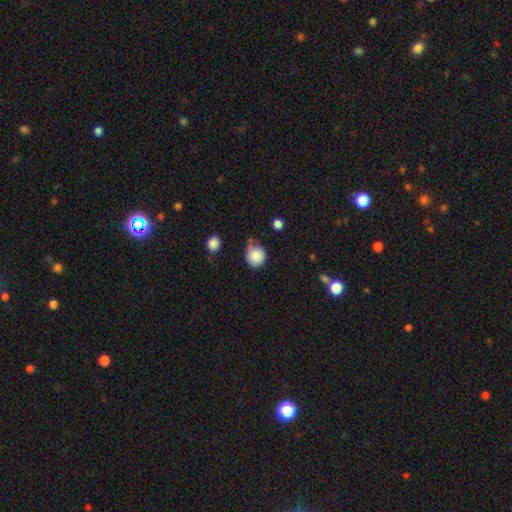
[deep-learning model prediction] A smooth galaxy with no disk features (86%) that is round (86%). Merging: none (54%).